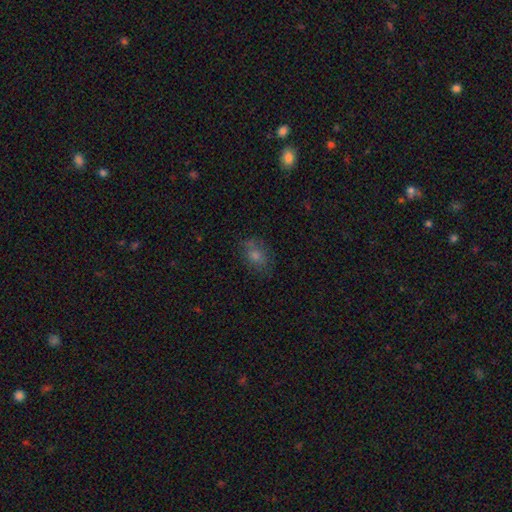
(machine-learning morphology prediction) Smooth or featured: smooth — 68% (star or artifact — 17%)
How rounded: in between — 67% (round — 31%)
Merging: none — 70% (minor disturbance — 20%)